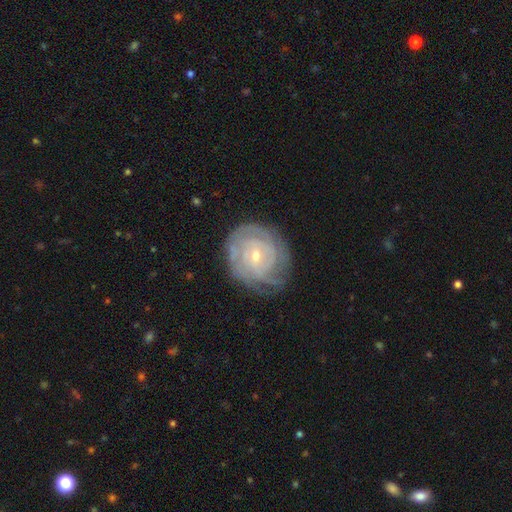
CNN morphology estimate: smooth_or_featured: featured or disk (p=0.82) [alt: smooth p=0.12]
disk_edge_on: no (p=0.97) [alt: yes p=0.03]
bar: no (p=0.57) [alt: weak p=0.35]
has_spiral_arms: yes (p=0.93) [alt: no p=0.07]
spiral_winding: tight (p=0.78) [alt: medium p=0.18]
spiral_arm_count: can't tell (p=0.43) [alt: 3 p=0.17]
bulge_size: small (p=0.64) [alt: moderate p=0.33]
merging: none (p=0.75) [alt: minor disturbance p=0.18]